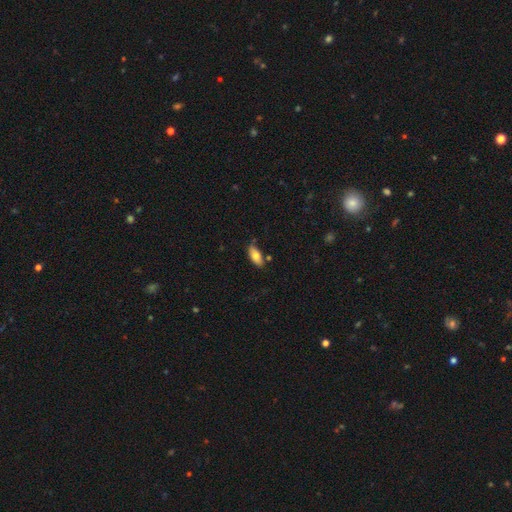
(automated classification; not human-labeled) The model was most divided on "smooth or featured": smooth: 75%, featured or disk: 18%, star or artifact: 7%. More confident: how rounded — in between (84%); merging — none (75%).